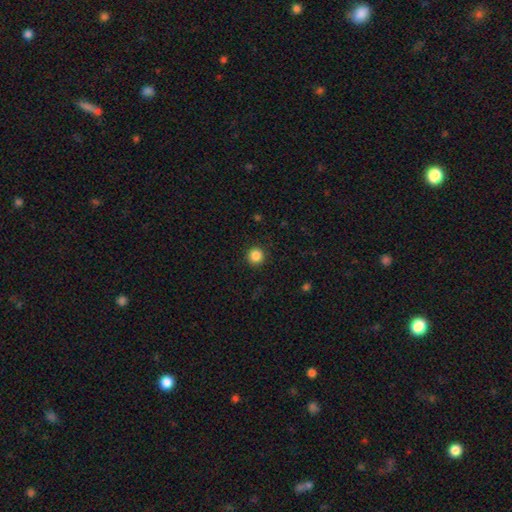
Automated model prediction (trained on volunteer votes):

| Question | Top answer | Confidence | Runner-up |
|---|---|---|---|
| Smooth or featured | smooth | 86% | star or artifact (11%) |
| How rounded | round | 94% | in between (5%) |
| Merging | none | 92% | minor disturbance (5%) |